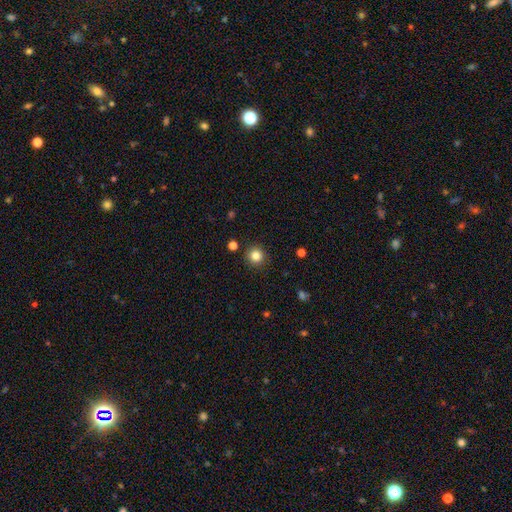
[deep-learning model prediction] Smooth or featured? smooth (84%)
How rounded? round (95%)
Merging? none (91%)